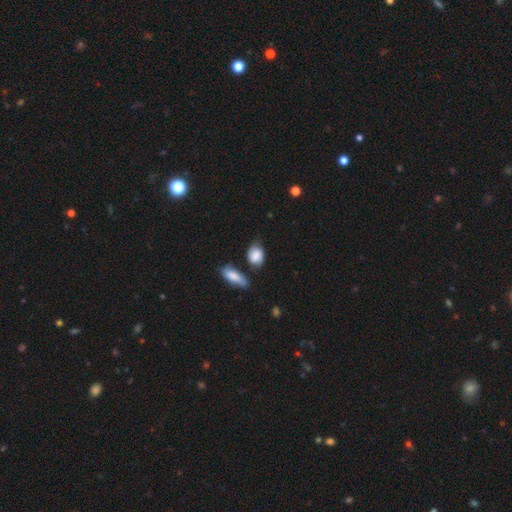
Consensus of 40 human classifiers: Smooth or featured: smooth — 78% (featured or disk — 15%)
How rounded: in between — 61% (round — 39%)
Merging: none — 46% (minor disturbance — 43%)